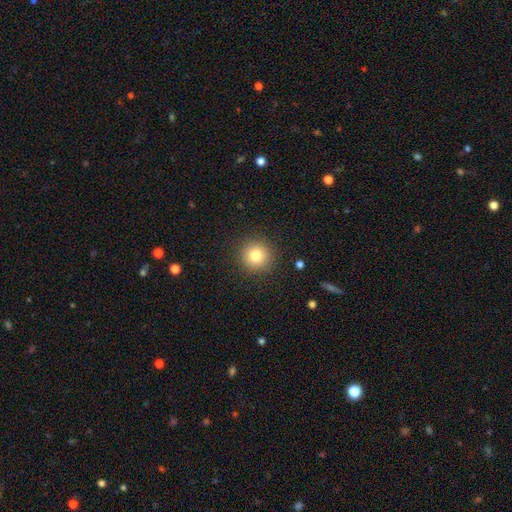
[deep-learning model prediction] smooth 80%, star or artifact 12%, featured or disk 8%. Down the decision tree: how rounded — round (95%); merging — none (91%).